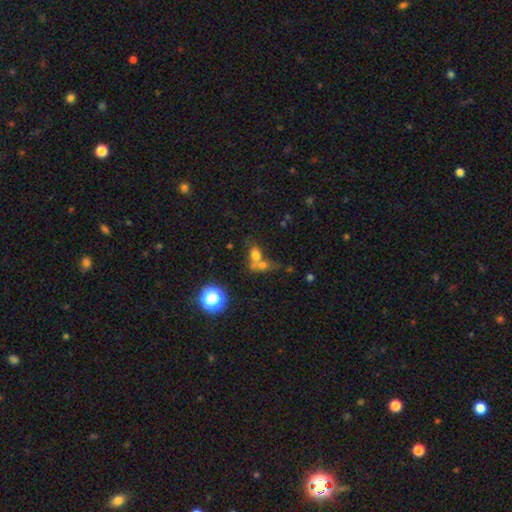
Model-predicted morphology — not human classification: A smooth galaxy with no disk features (68%) that is in between round and cigar-shaped (51%). Merging: merger (55%).